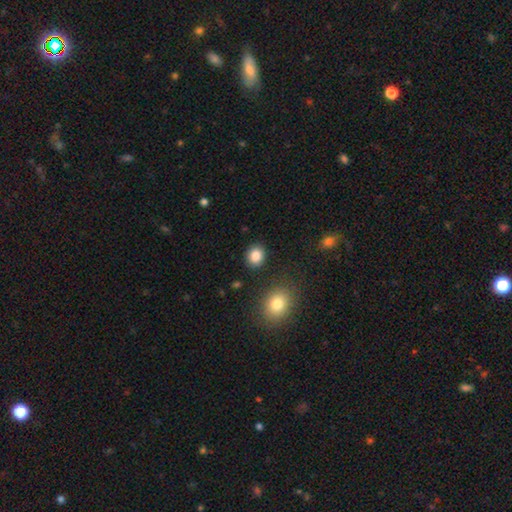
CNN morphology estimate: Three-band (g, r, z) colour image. It shows a smooth galaxy with no disk features (86%) that is round (72%). Merging: none (87%).